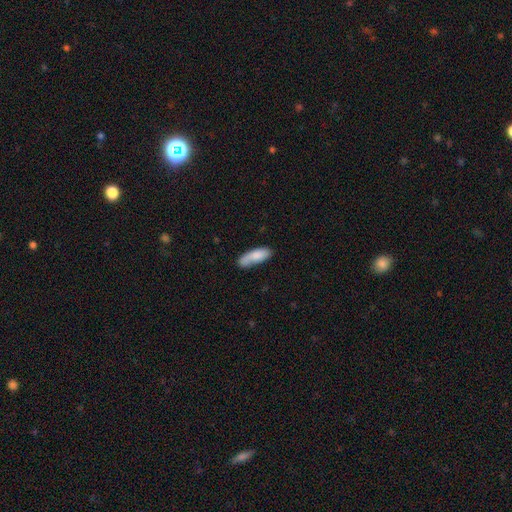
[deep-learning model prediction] Smooth or featured? smooth (81%)
How rounded? in between (62%)
Merging? none (57%)